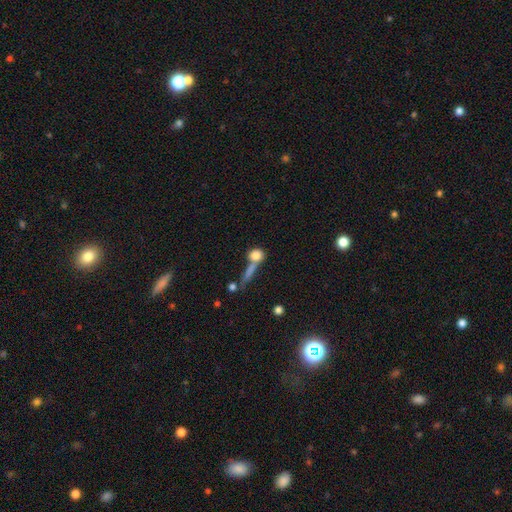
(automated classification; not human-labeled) Q: Smooth or featured?
A: smooth (77%); runner-up: featured or disk (13%)
Q: How rounded?
A: round (62%); runner-up: in between (26%)
Q: Merging?
A: none (43%); runner-up: merger (34%)